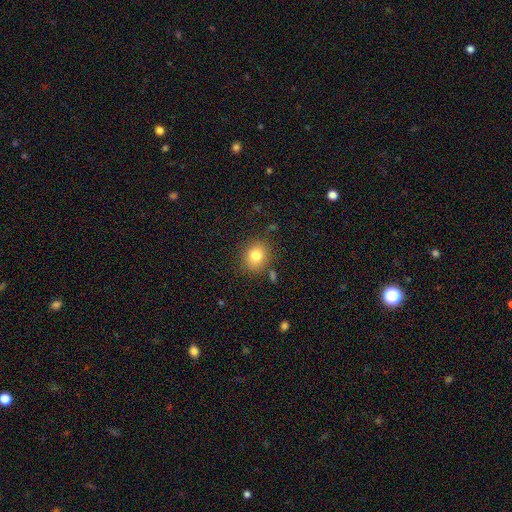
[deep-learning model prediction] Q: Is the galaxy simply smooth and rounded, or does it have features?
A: smooth — 81%.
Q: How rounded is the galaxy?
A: round — 69%.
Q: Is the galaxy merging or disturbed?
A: none — 82%.